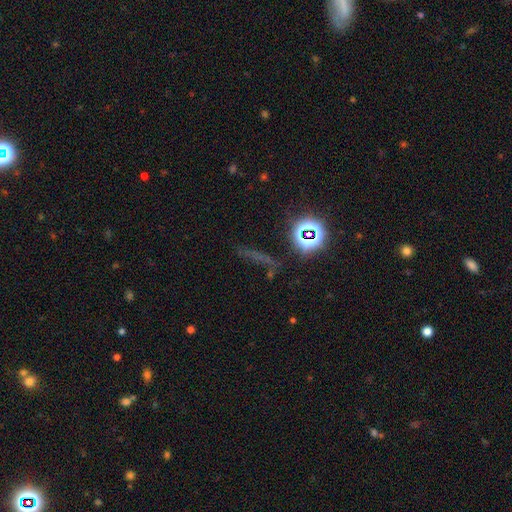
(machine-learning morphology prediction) Smooth or featured: star or artifact — 52% (smooth — 32%)